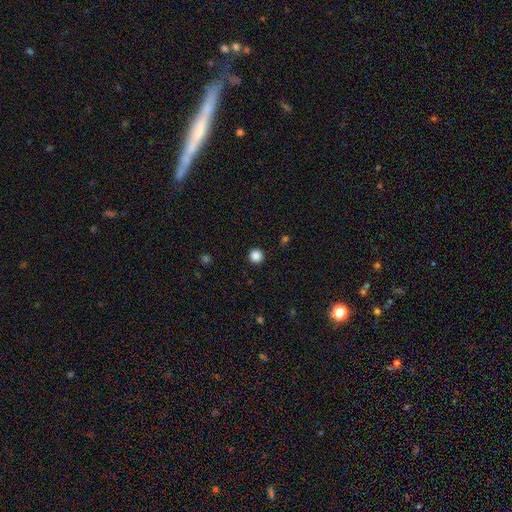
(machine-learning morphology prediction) smooth 86%, star or artifact 11%, featured or disk 3%. Down the decision tree: how rounded — round (95%); merging — none (93%).